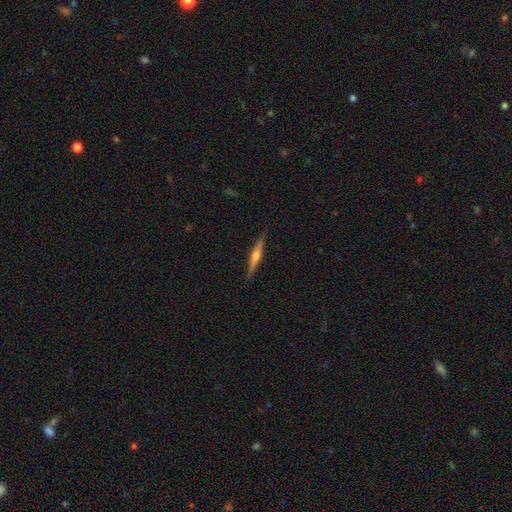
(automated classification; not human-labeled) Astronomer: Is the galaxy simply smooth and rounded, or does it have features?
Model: featured or disk — 71%.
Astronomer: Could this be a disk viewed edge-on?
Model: yes — 98%.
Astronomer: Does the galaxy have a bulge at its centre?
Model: rounded — 80%.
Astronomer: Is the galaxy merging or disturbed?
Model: none — 89%.